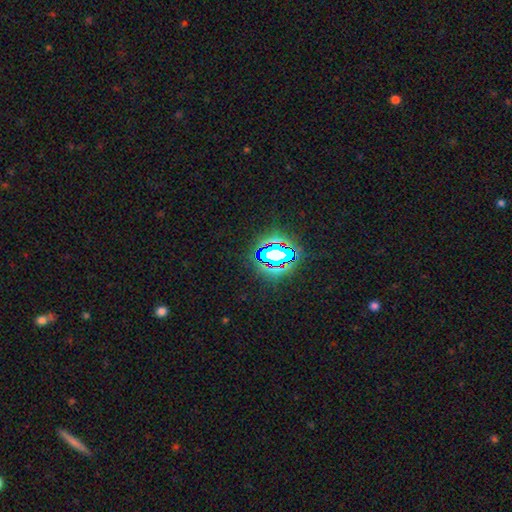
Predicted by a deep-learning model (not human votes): Q: Smooth or featured?
A: star or artifact (82%); runner-up: smooth (12%)